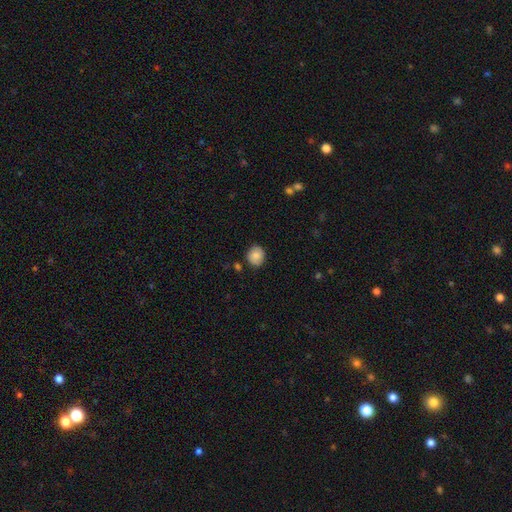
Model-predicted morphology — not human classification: type=smooth (82%); roundness=round (79%); merging=none (82%).